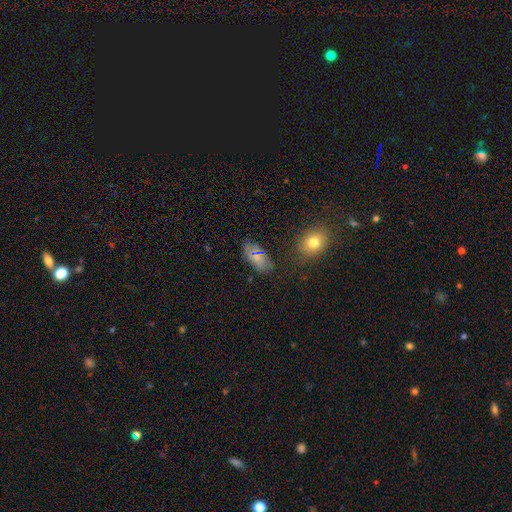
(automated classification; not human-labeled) smooth 54%, featured or disk 29%, star or artifact 17%. Down the decision tree: how rounded — in between (89%); merging — none (70%).